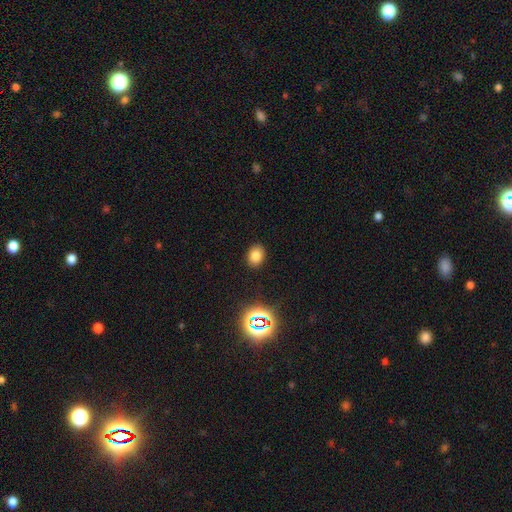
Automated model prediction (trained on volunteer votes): This is likely a smooth galaxy (78%). How rounded: likely in between (62%). Merging: clearly none (89%).